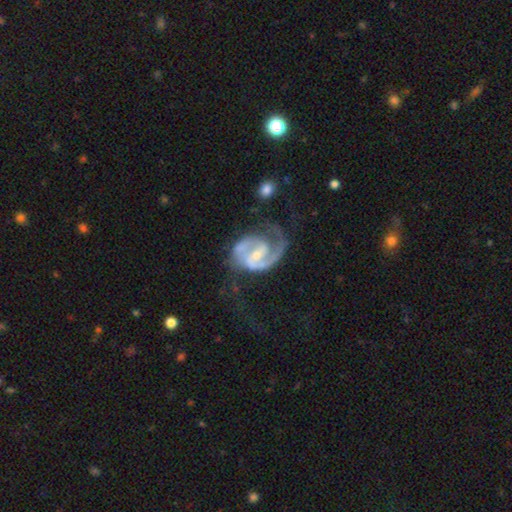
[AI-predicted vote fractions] Q: Smooth or featured?
A: featured or disk (90%); runner-up: smooth (6%)
Q: Edge-on disk?
A: no (98%); runner-up: yes (2%)
Q: Bar?
A: weak (50%); runner-up: no (27%)
Q: Spiral arms?
A: yes (97%); runner-up: no (3%)
Q: Spiral winding?
A: medium (53%); runner-up: tight (29%)
Q: Spiral arm count?
A: 2 (71%); runner-up: 1 (19%)
Q: Bulge size?
A: small (55%); runner-up: moderate (40%)
Q: Merging?
A: none (48%); runner-up: major disturbance (27%)